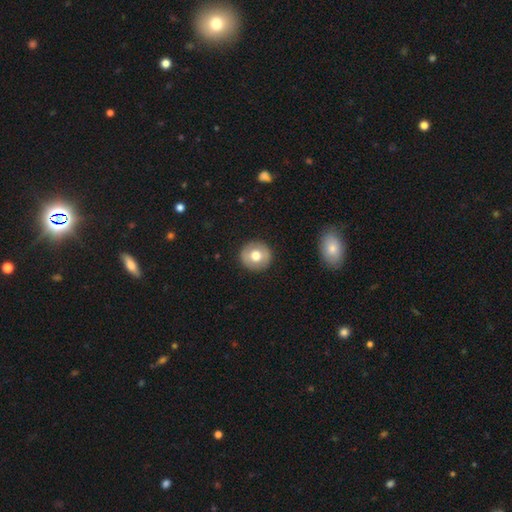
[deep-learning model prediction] This appears to be a smooth galaxy with no disk features (67%) that is round (93%). Merging: none (91%).